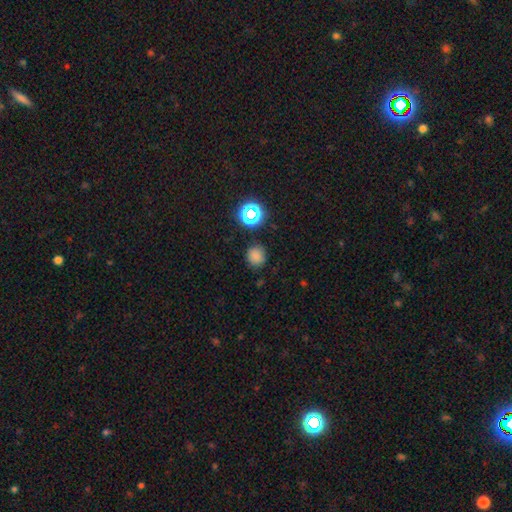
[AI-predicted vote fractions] This is likely a smooth galaxy (77%). How rounded: clearly round (87%). Merging: clearly none (84%).